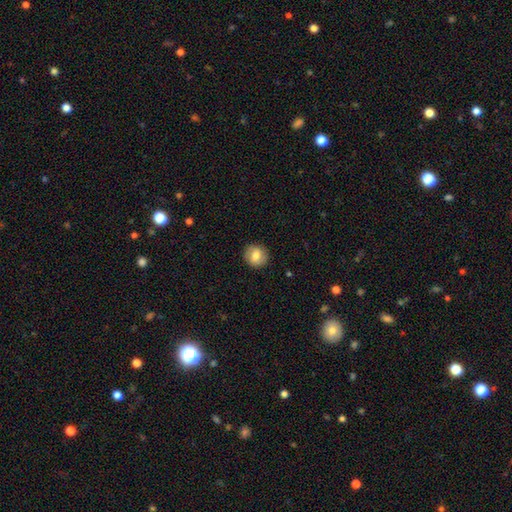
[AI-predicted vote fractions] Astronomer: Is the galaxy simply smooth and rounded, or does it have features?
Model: smooth — 78%.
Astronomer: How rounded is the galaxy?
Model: round — 88%.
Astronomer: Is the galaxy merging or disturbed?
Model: none — 90%.